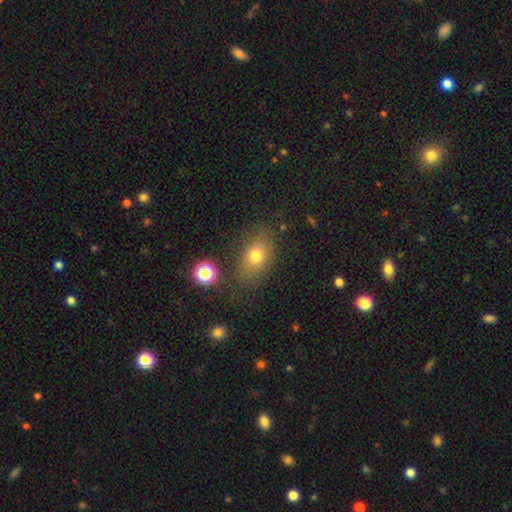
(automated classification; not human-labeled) Smooth or featured?
  - smooth: 72% *
  - featured or disk: 14%
  - star or artifact: 13%
How rounded?
  - in between: 77% *
  - round: 21%
  - cigar-shaped: 2%
Merging?
  - none: 73% *
  - minor disturbance: 16%
  - major disturbance: 7%
  - merger: 4%